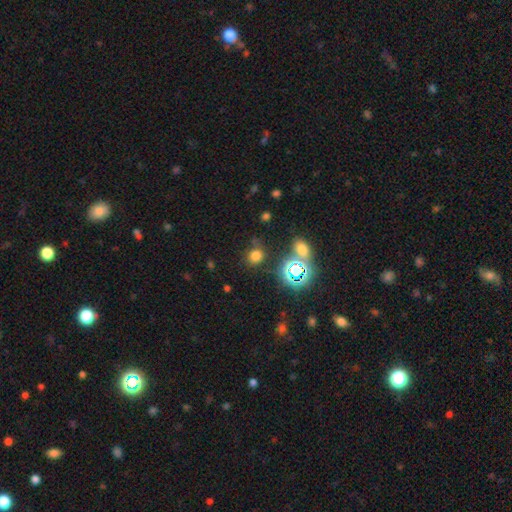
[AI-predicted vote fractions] Morphology: type=smooth (66%); roundness=round (77%); merging=none (77%).